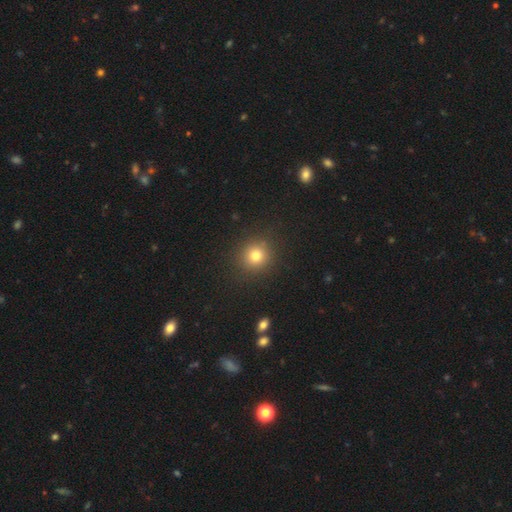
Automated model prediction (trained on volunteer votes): smooth_or_featured: smooth (p=0.79) [alt: star or artifact p=0.14]
how_rounded: round (p=0.91) [alt: in between p=0.08]
merging: none (p=0.89) [alt: minor disturbance p=0.07]